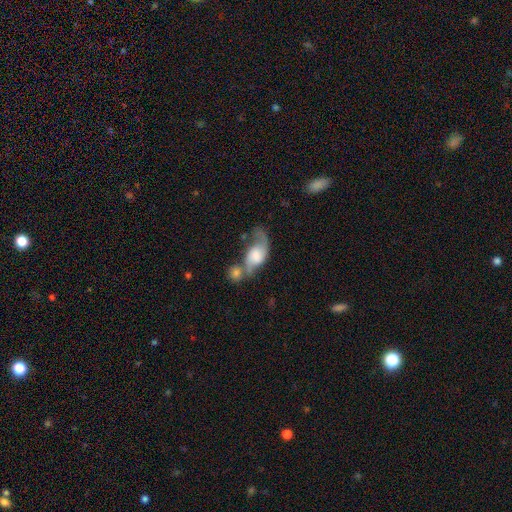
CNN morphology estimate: This is likely a featured or disk galaxy (65%). It is clearly not viewed edge-on (94%). Bar: likely no (62%). Spiral arm pattern: clearly yes (88%). Spiral arm count: likely 2 (80%). Spiral winding: likely loose (69%). Central bulge: marginally large (37%). Merging: marginally merger (42%).